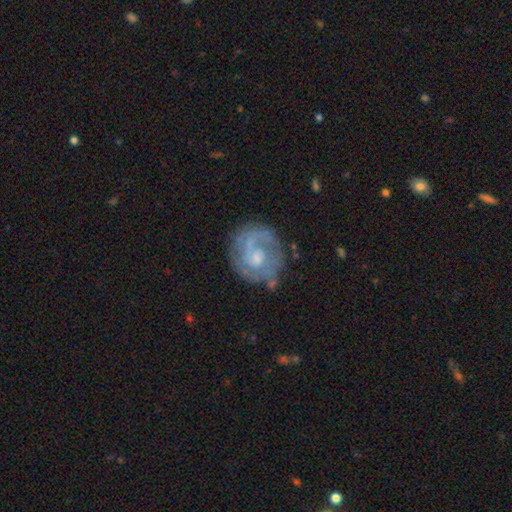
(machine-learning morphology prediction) Smooth or featured? featured or disk (79%)
Edge-on disk? no (98%)
Bar? no (55%)
Spiral arms? yes (90%)
Spiral winding? tight (54%)
Spiral arm count? 2 (52%)
Bulge size? moderate (44%)
Merging? none (72%)